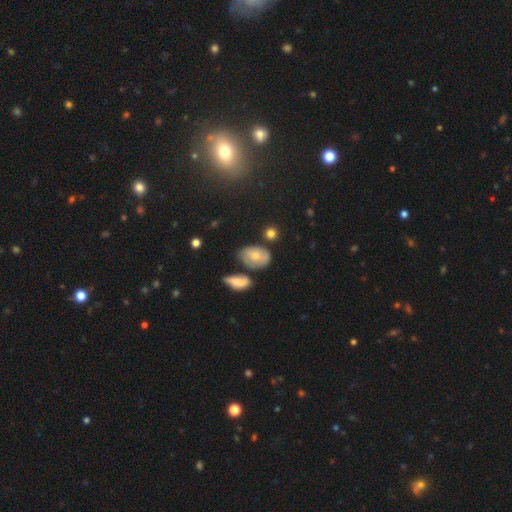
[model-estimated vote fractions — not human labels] Smooth or featured?
  - smooth: 68% *
  - featured or disk: 22%
  - star or artifact: 10%
How rounded?
  - in between: 77% *
  - round: 21%
  - cigar-shaped: 2%
Merging?
  - none: 47% *
  - minor disturbance: 30%
  - merger: 12%
  - major disturbance: 11%